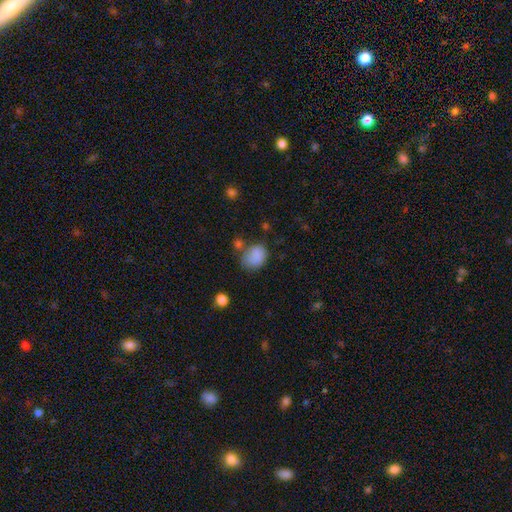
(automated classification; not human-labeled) smooth-or-featured: smooth: 82% | star or artifact: 10% | featured or disk: 8%
  how-rounded: in between: 52% | round: 47% | cigar-shaped: 1%
  merging: none: 55% | minor disturbance: 25% | major disturbance: 11% | merger: 9%